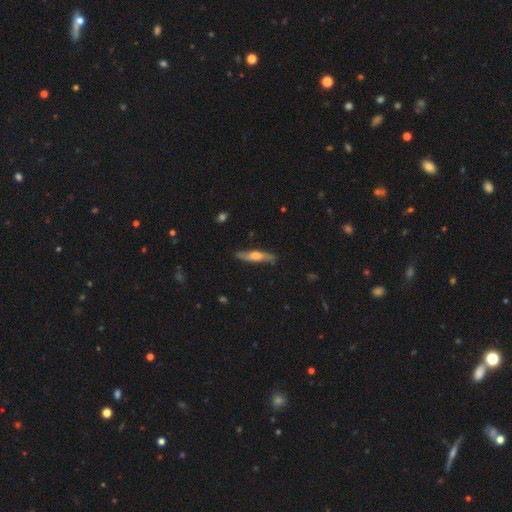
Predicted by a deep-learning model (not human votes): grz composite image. It shows a featured or disk galaxy (53%) viewed edge-on (77%). Merging: none (81%).